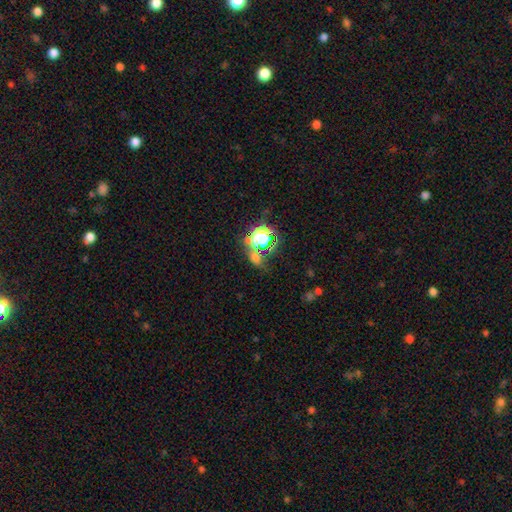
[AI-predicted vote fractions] The model was most divided on "smooth or featured": star or artifact: 63%, smooth: 27%, featured or disk: 10%.